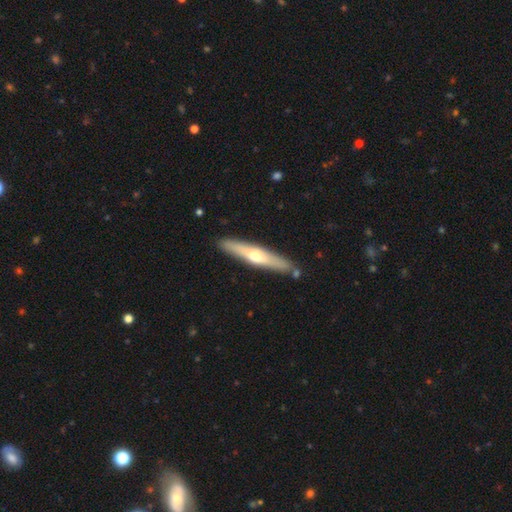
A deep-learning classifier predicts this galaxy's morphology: Overall: featured or disk (55%; smooth 40%). Edge-on disk: yes (91%). Edge-on bulge: rounded (88%). Merging: none (87%).